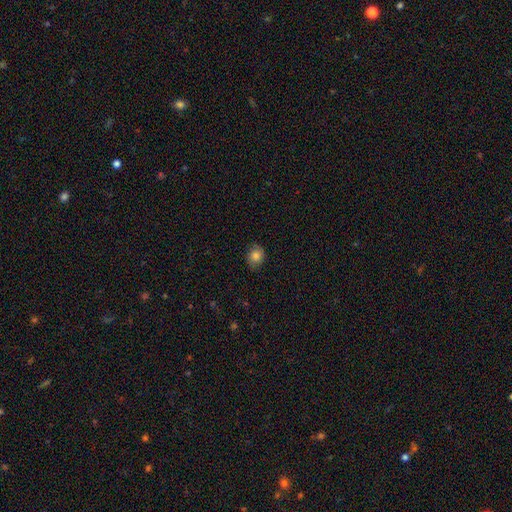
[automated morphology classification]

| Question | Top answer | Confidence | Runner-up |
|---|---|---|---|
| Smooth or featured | smooth | 83% | star or artifact (10%) |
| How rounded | round | 63% | in between (36%) |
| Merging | none | 80% | minor disturbance (16%) |